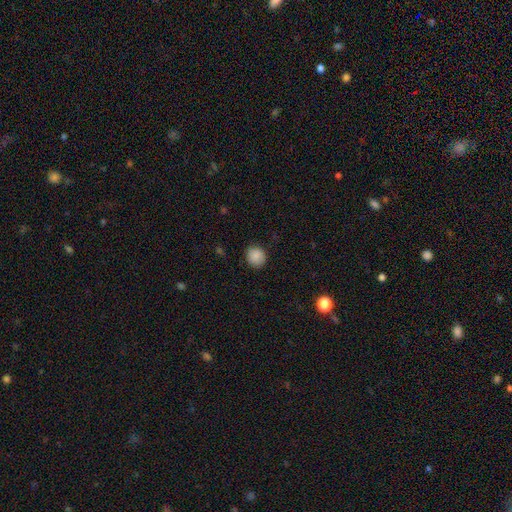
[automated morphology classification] smooth 87%, star or artifact 9%, featured or disk 5%. Down the decision tree: how rounded — round (86%); merging — none (86%).